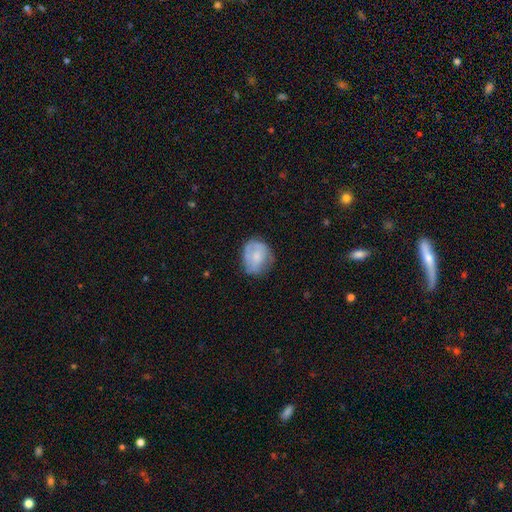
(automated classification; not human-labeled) The model was most divided on "how rounded": in between: 50%, round: 49%, cigar-shaped: 1%. More confident: merging — none (57%); smooth or featured — smooth (56%).